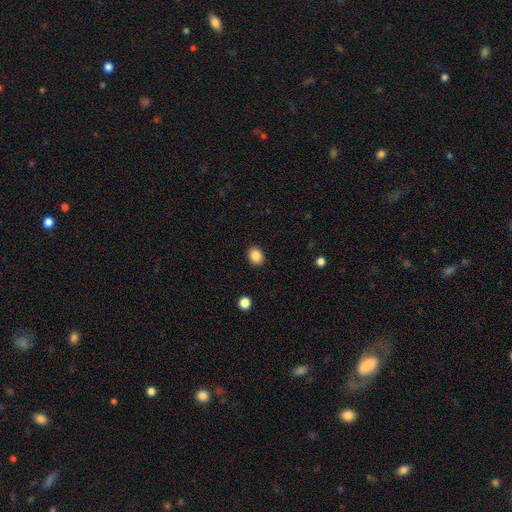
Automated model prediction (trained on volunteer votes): smooth-or-featured: smooth: 87% | star or artifact: 9% | featured or disk: 4%
  how-rounded: in between: 50% | round: 49% | cigar-shaped: 1%
  merging: none: 91% | minor disturbance: 6% | major disturbance: 2% | merger: 1%